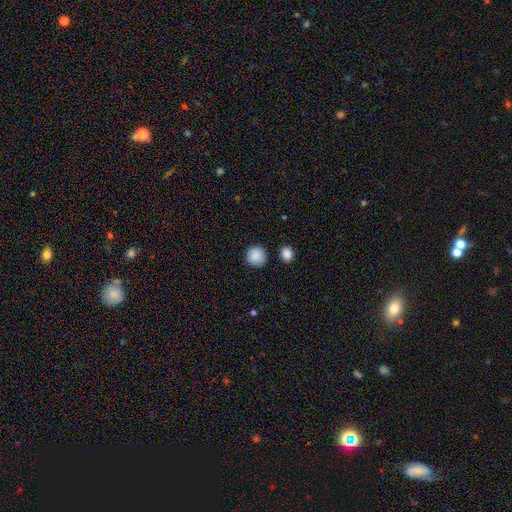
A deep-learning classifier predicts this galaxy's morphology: Smooth or featured? Predicted: smooth (p=0.88). How rounded? Predicted: round (p=0.94). Merging? Predicted: none (p=0.87).